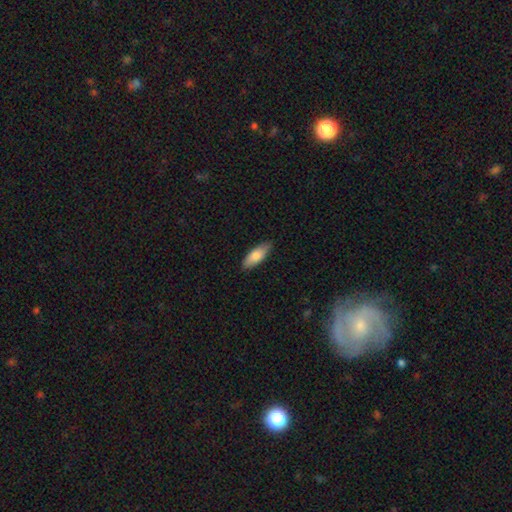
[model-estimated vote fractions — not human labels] This appears to be a smooth galaxy with no disk features (81%) that is in between round and cigar-shaped (71%). Merging: none (86%).